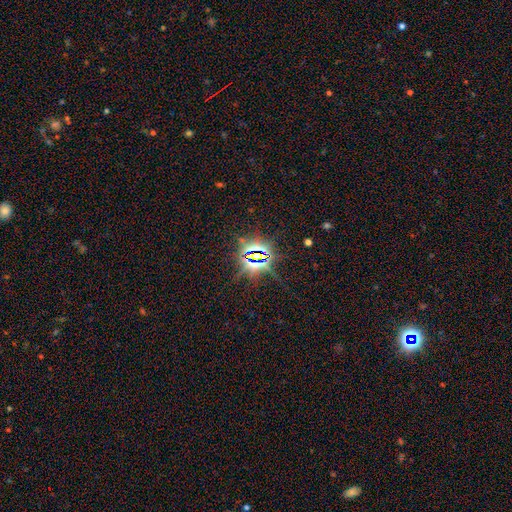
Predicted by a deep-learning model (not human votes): Smooth or featured? star or artifact (81%)